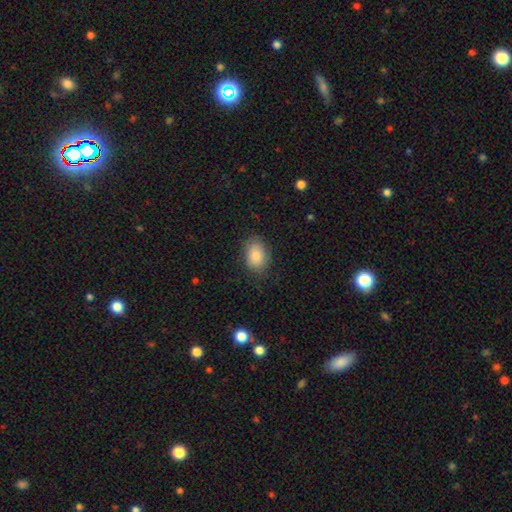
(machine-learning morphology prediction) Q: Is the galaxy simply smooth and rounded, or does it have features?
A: smooth — 84%.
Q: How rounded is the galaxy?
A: in between — 81%.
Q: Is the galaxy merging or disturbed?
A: none — 82%.